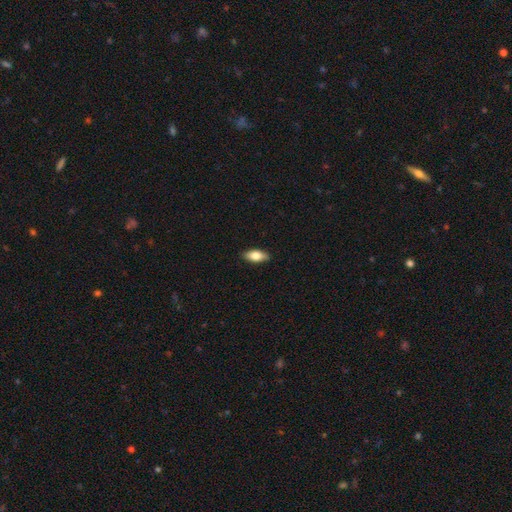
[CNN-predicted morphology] type=smooth (75%); roundness=in between (84%); merging=none (89%).